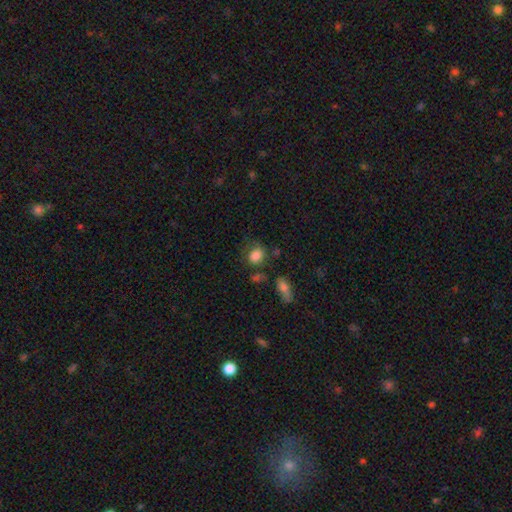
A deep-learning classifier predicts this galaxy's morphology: smooth_or_featured: smooth (p=0.78) [alt: featured or disk p=0.13]
how_rounded: round (p=0.56) [alt: in between p=0.43]
merging: none (p=0.50) [alt: minor disturbance p=0.25]